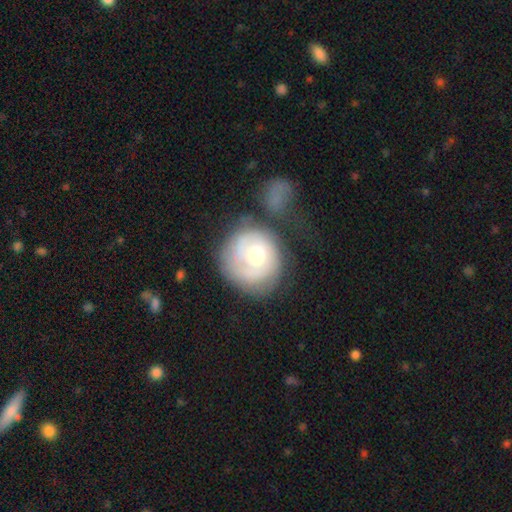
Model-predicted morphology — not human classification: The model was most divided on "smooth or featured": featured or disk: 51%, smooth: 42%, star or artifact: 7%. Remaining: edge-on disk — no (97%); merging — none (48%).